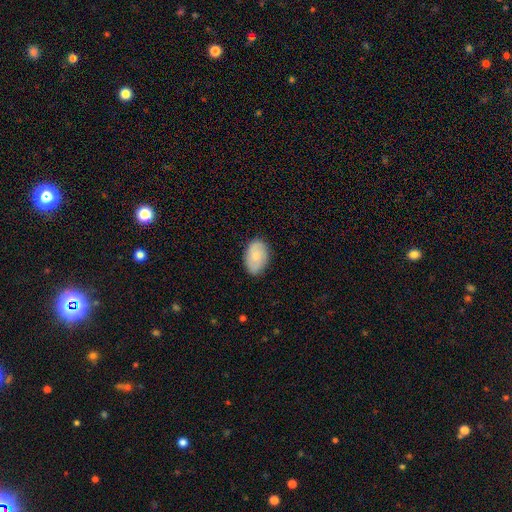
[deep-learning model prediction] A smooth galaxy with no disk features (70%) that is in between round and cigar-shaped (89%).

Vote fractions:
- Smooth or featured? smooth: 70% / featured or disk: 24% / star or artifact: 6%
- How rounded? in between: 89% / round: 10% / cigar-shaped: 1%
- Merging? none: 81% / minor disturbance: 15% / major disturbance: 3% / merger: 1%